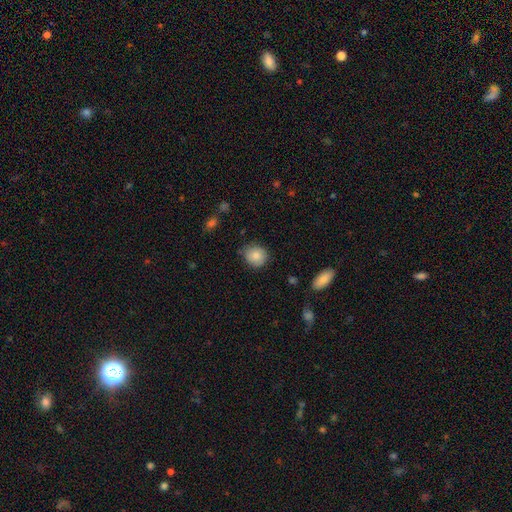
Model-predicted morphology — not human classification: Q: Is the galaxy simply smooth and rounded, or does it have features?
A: smooth — 83%.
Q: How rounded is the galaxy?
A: round — 79%.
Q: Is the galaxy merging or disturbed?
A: none — 76%.